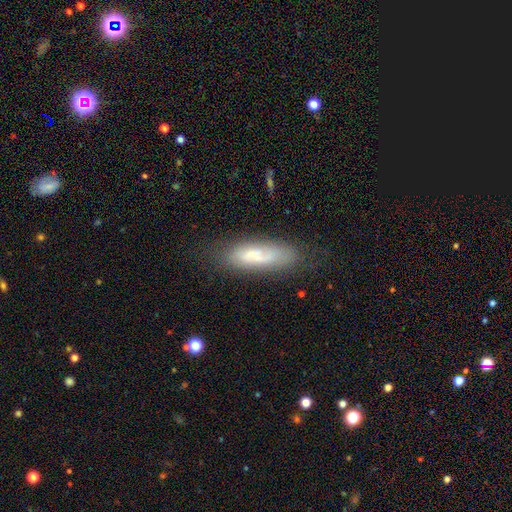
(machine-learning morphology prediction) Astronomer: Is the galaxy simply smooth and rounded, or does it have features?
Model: smooth — 59%.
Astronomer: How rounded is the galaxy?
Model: in between — 50% (runner-up: cigar-shaped, 48%).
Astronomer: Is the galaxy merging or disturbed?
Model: none — 64%.